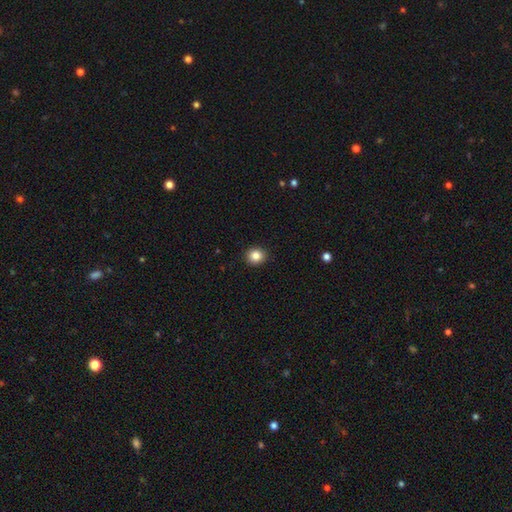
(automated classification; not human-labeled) smooth_or_featured: smooth (p=0.85) [alt: star or artifact p=0.10]
how_rounded: round (p=0.82) [alt: in between p=0.17]
merging: none (p=0.92) [alt: minor disturbance p=0.06]